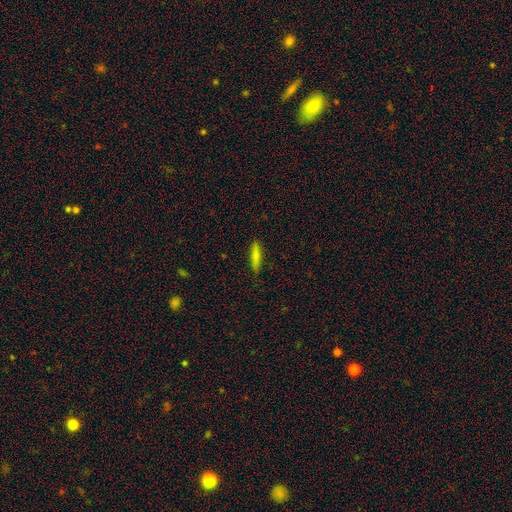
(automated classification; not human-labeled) Overall: smooth (75%). How rounded: cigar-shaped (86%). Merging: none (85%).